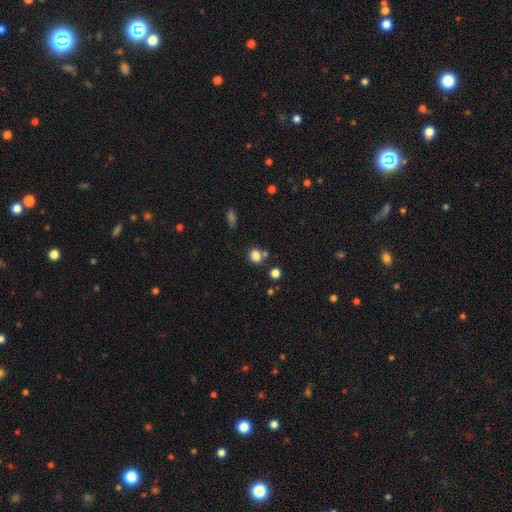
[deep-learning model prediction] smooth 81%, star or artifact 13%, featured or disk 6%. Down the decision tree: how rounded — round (66%); merging — none (67%).